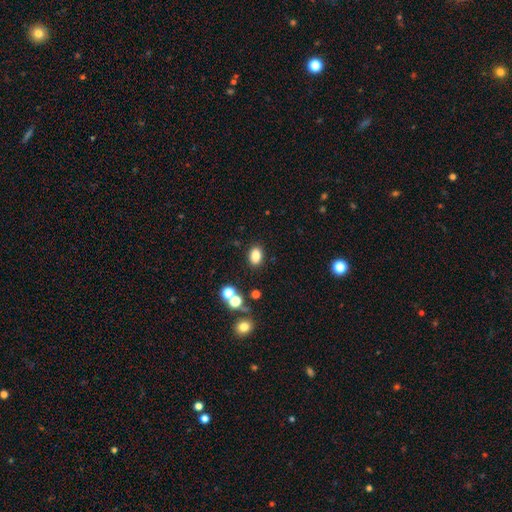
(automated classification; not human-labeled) Overall: smooth (83%). How rounded: in between (81%). Merging: none (85%).